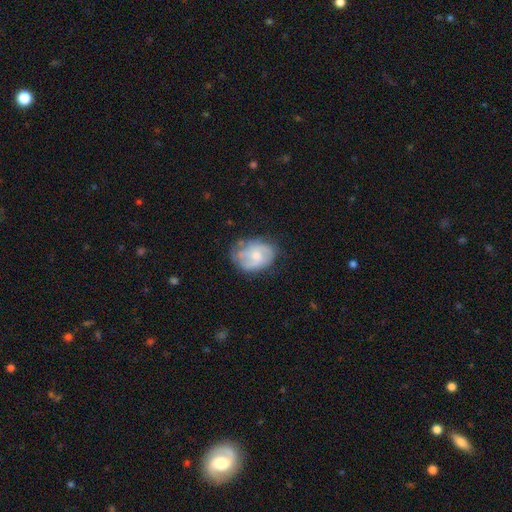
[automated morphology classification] Overall: featured or disk (58%; smooth 35%). Edge-on disk: no (97%). Bar: no (65%; weak 30%). Spiral arms: yes (72%). Bulge size: moderate (48%; small 41%). Merging: none (58%; minor disturbance 28%).